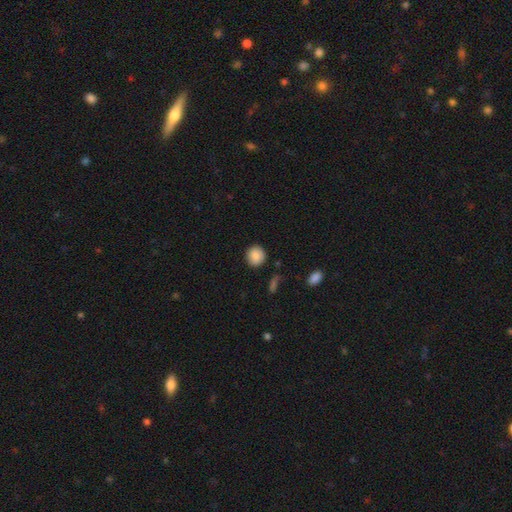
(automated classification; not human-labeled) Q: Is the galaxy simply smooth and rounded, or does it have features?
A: smooth — 88%.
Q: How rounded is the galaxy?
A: round — 88%.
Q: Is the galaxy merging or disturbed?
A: none — 88%.